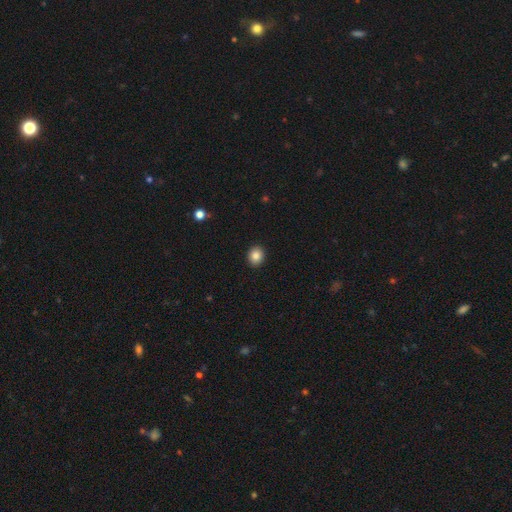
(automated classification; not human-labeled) smooth_or_featured: smooth (p=0.85) [alt: star or artifact p=0.10]
how_rounded: round (p=0.69) [alt: in between p=0.30]
merging: none (p=0.92) [alt: minor disturbance p=0.05]